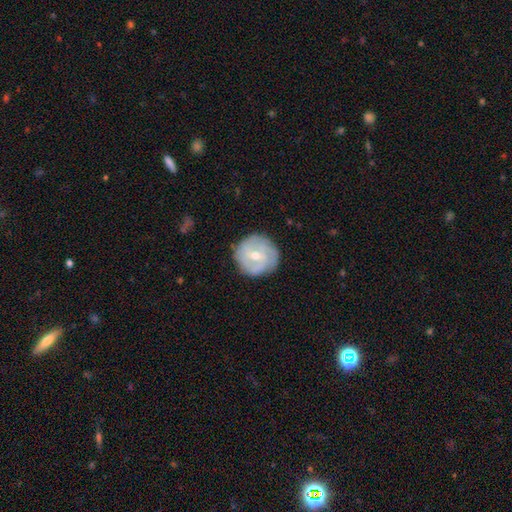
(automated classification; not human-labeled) smooth-or-featured: featured or disk: 65% | smooth: 29% | star or artifact: 6%
  disk-edge-on: no: 97% | yes: 3%
    bar: no: 52% | weak: 40% | strong: 8%
    has-spiral-arms: yes: 82% | no: 18%
      spiral-winding: tight: 60% | medium: 30% | loose: 10%
      spiral-arm-count: can't tell: 37% | 3: 24% | 2: 22% | 4: 7% | 1: 5% | more than 4: 4%
    bulge-size: moderate: 55% | small: 42% | large: 2% | none: 1% | dominant: 1%
  merging: none: 82% | minor disturbance: 14% | major disturbance: 4% | merger: 1%